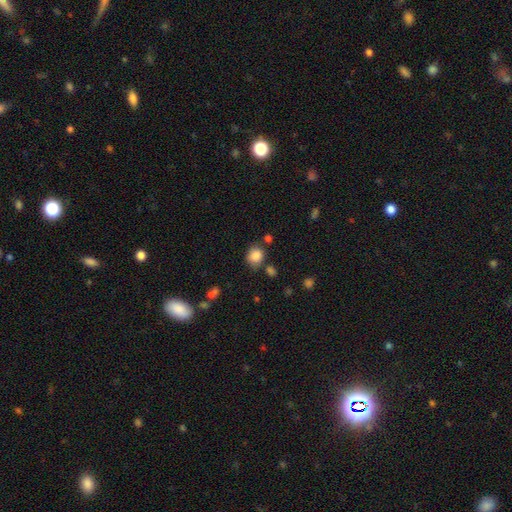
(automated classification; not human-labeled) smooth 84%, star or artifact 10%, featured or disk 6%. Down the decision tree: how rounded — round (64%); merging — none (69%).